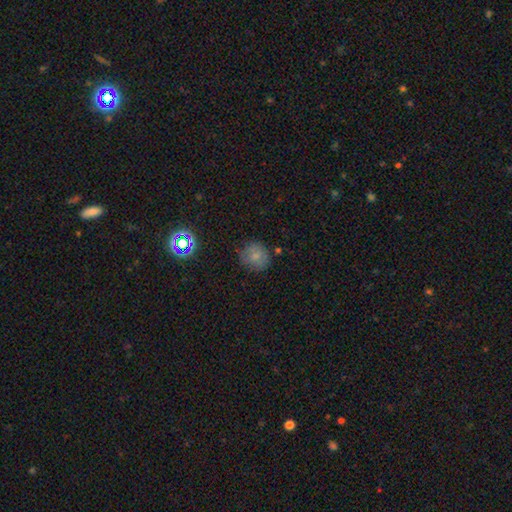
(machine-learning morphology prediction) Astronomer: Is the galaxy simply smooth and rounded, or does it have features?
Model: smooth — 74%.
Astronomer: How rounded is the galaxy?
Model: round — 86%.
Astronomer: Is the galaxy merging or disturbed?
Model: none — 75%.